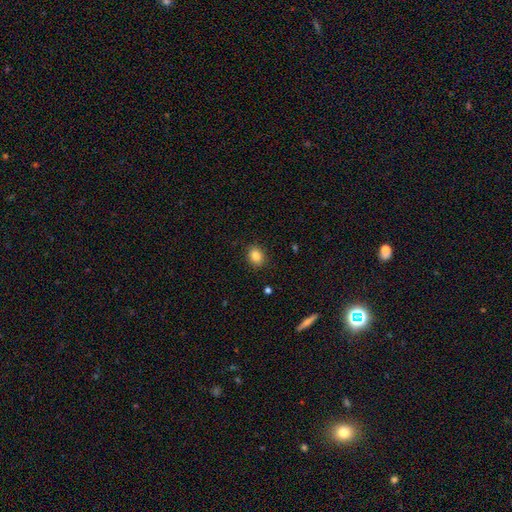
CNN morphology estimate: A smooth galaxy with no disk features (85%) that is round (54%). Merging: none (89%).